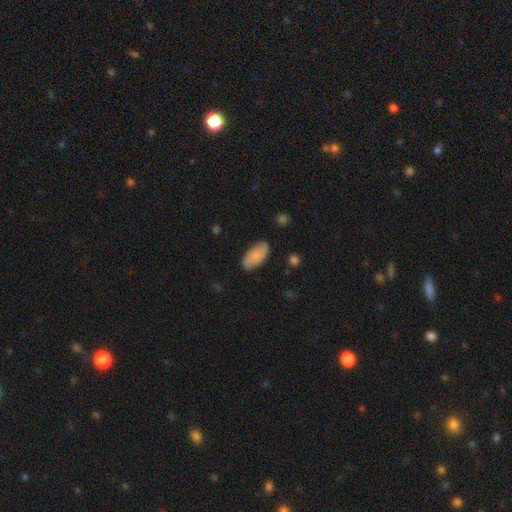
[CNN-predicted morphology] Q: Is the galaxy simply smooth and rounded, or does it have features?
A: smooth — 78%.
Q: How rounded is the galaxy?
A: in between — 94%.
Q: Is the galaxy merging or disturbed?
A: none — 83%.